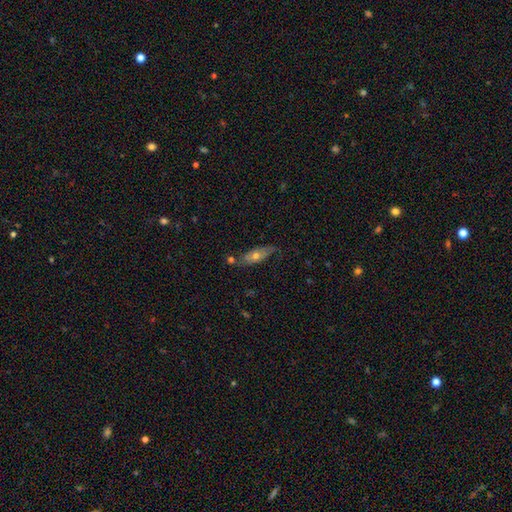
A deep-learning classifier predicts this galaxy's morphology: Smooth or featured? Predicted: featured or disk (p=0.46). Merging? Predicted: none (p=0.62).